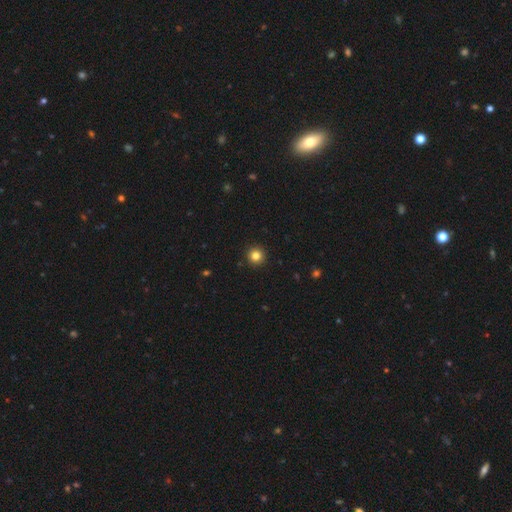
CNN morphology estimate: A smooth galaxy with no disk features (83%) that is round (96%).

Vote fractions:
- Smooth or featured? smooth: 83% / star or artifact: 12% / featured or disk: 5%
- How rounded? round: 96% / in between: 3% / cigar-shaped: 1%
- Merging? none: 93% / minor disturbance: 5% / major disturbance: 1% / merger: 1%